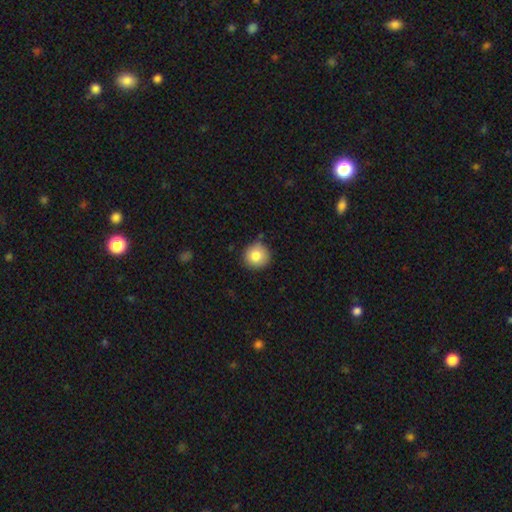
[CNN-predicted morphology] Overall: smooth (83%). How rounded: round (94%). Merging: none (83%).